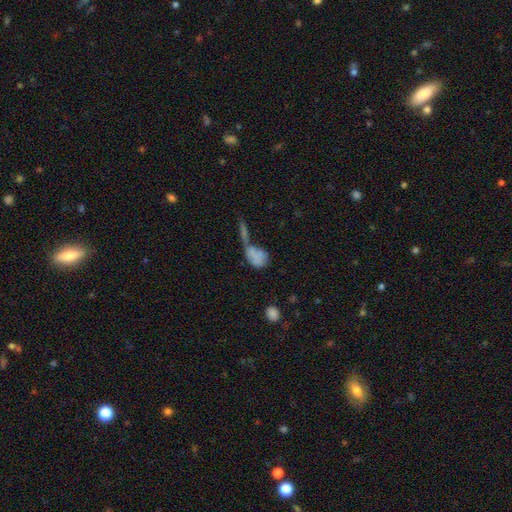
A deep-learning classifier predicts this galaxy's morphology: Smooth or featured: smooth — 70% (featured or disk — 20%)
How rounded: in between — 73% (round — 21%)
Merging: merger — 50% (none — 21%)